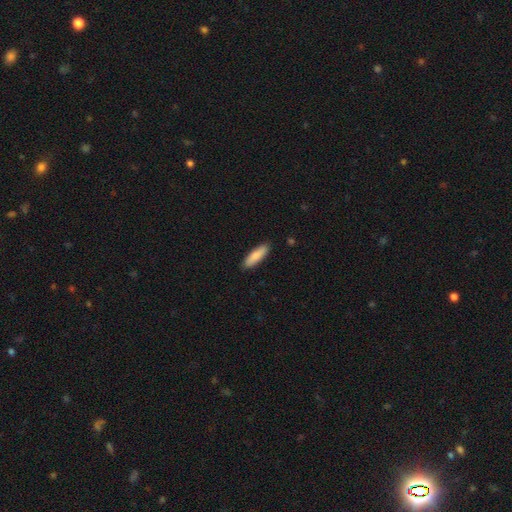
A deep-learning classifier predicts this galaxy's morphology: smooth_or_featured: smooth (p=0.85) [alt: featured or disk p=0.10]
how_rounded: cigar-shaped (p=0.57) [alt: in between p=0.42]
merging: none (p=0.89) [alt: minor disturbance p=0.08]